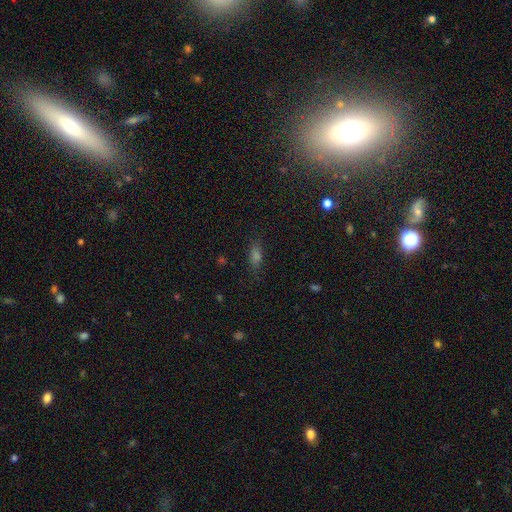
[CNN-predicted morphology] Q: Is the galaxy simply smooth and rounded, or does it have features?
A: smooth — 57%.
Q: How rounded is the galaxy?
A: in between — 62%.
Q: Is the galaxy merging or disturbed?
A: none — 80%.